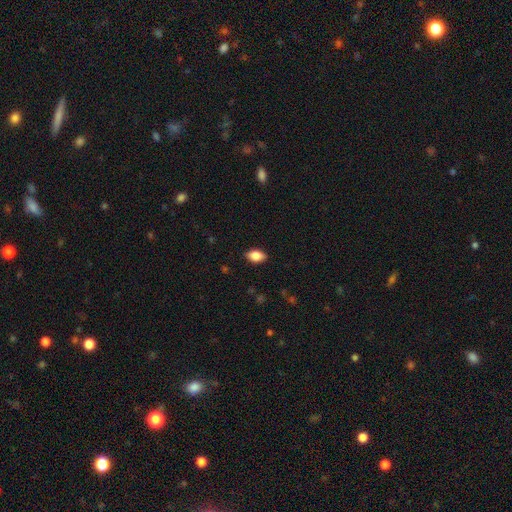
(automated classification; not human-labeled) smooth-or-featured: smooth: 85% | featured or disk: 8% | star or artifact: 7%
  how-rounded: in between: 91% | round: 7% | cigar-shaped: 2%
  merging: none: 88% | minor disturbance: 9% | major disturbance: 2% | merger: 1%